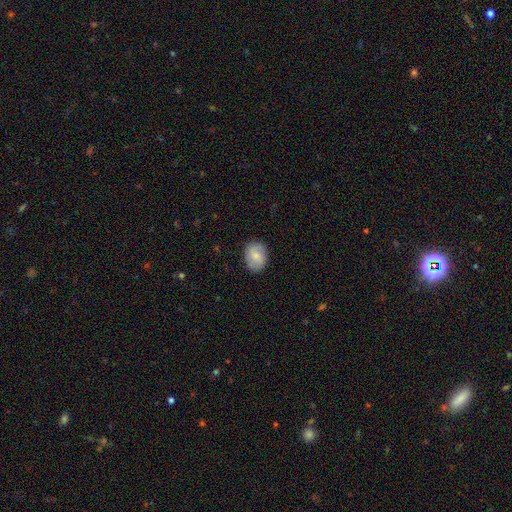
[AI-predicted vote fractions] Smooth or featured?
  - smooth: 67% *
  - featured or disk: 26%
  - star or artifact: 7%
How rounded?
  - in between: 61% *
  - round: 38%
  - cigar-shaped: 1%
Merging?
  - none: 84% *
  - minor disturbance: 12%
  - major disturbance: 3%
  - merger: 1%